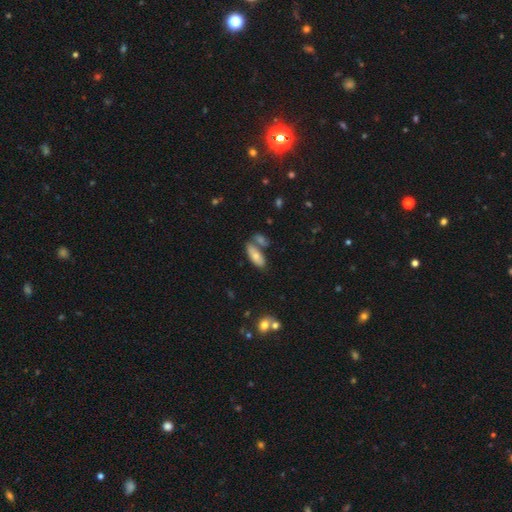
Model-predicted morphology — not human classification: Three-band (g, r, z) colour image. It shows a smooth galaxy with no disk features (74%) that is in between round and cigar-shaped (77%). Merging: none (56%).